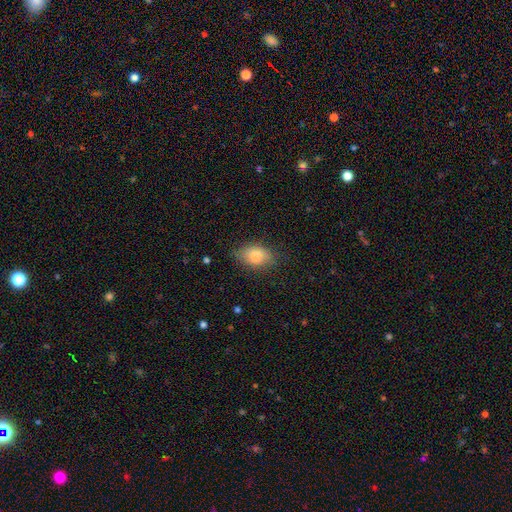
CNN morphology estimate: Smooth or featured? smooth (83%)
How rounded? in between (85%)
Merging? none (71%)